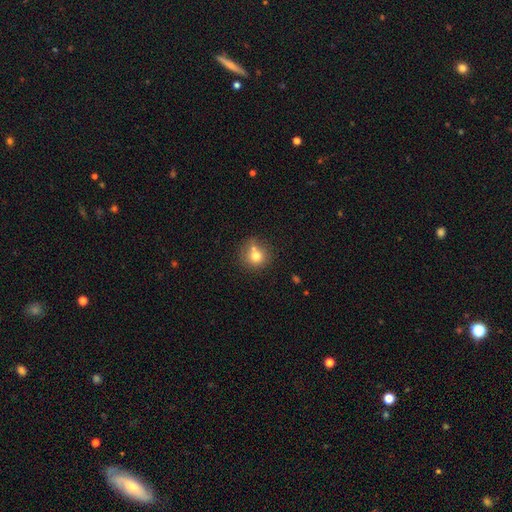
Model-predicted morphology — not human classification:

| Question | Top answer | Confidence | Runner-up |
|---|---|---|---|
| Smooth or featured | smooth | 74% | featured or disk (15%) |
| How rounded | round | 88% | in between (11%) |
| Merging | none | 56% | merger (28%) |